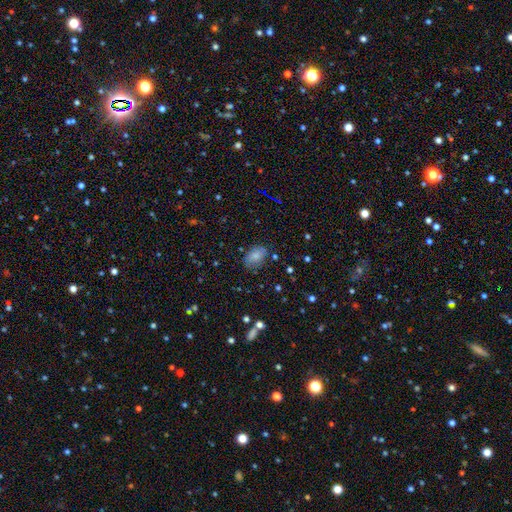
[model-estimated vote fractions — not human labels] smooth_or_featured: smooth (p=0.72) [alt: featured or disk p=0.16]
how_rounded: in between (p=0.85) [alt: round p=0.14]
merging: none (p=0.76) [alt: minor disturbance p=0.18]